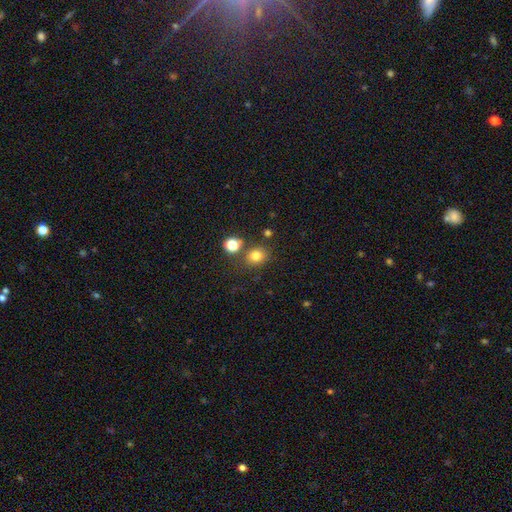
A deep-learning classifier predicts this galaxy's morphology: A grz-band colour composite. It shows a smooth galaxy with no disk features (79%) that is round (71%). Merging: none (75%).